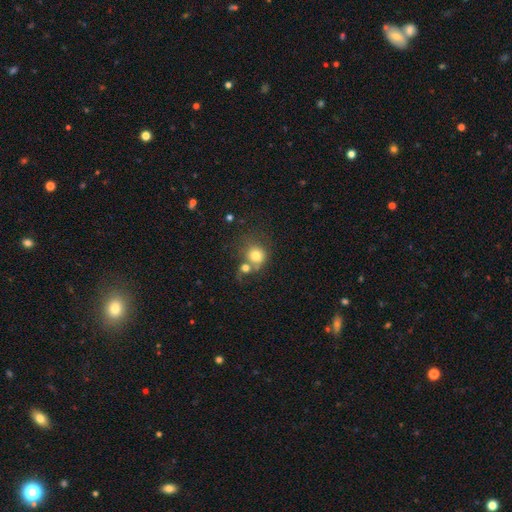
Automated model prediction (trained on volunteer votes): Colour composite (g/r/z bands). It shows a smooth galaxy with no disk features (75%) that is round (79%). Merging: merger (43%).